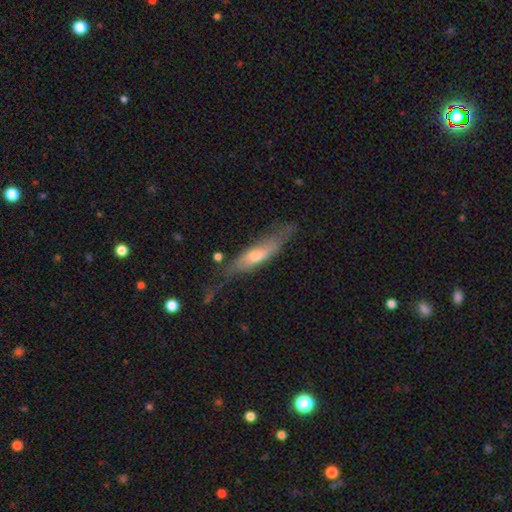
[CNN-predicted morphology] type=featured or disk (48%); merging=none (52%).